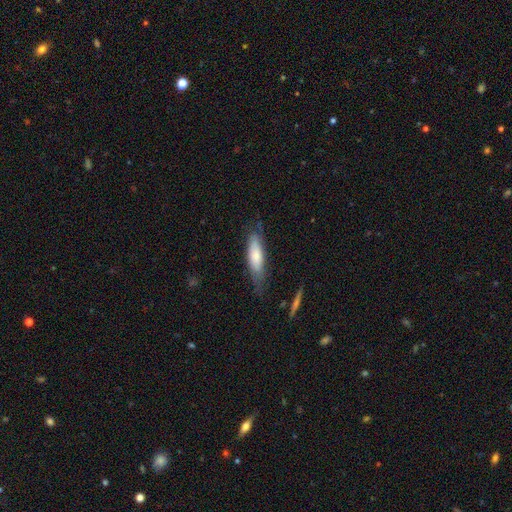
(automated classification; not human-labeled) Smooth or featured? smooth (68%)
How rounded? cigar-shaped (56%)
Merging? none (64%)